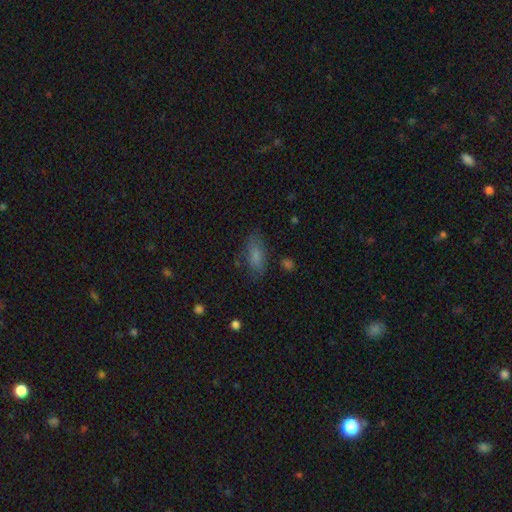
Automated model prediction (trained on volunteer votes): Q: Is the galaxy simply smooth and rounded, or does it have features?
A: smooth — 78%.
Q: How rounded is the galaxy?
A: in between — 82%.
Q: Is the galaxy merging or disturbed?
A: none — 73%.